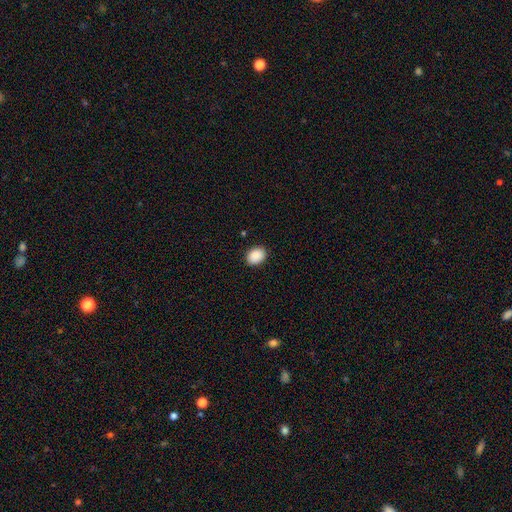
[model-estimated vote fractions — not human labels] Smooth or featured?
  - smooth: 91% *
  - star or artifact: 7%
  - featured or disk: 2%
How rounded?
  - in between: 66% *
  - round: 33%
  - cigar-shaped: 1%
Merging?
  - none: 89% *
  - minor disturbance: 8%
  - major disturbance: 2%
  - merger: 1%